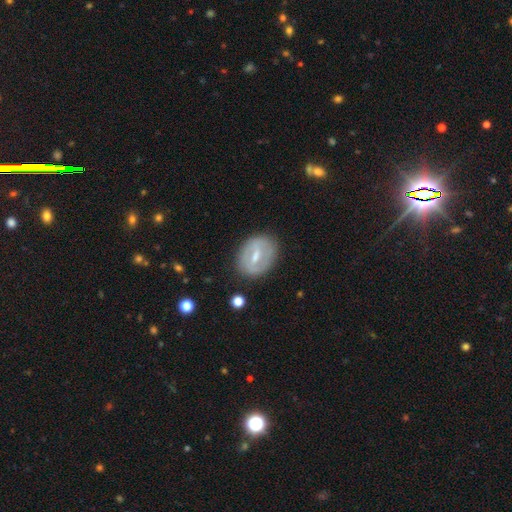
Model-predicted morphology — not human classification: smooth-or-featured: featured or disk: 61% | smooth: 33% | star or artifact: 7%
  disk-edge-on: no: 94% | yes: 6%
    bar: strong: 45% | weak: 42% | no: 13%
    has-spiral-arms: no: 64% | yes: 36%
    bulge-size: moderate: 49% | small: 42% | none: 5% | large: 3% | dominant: 1%
  merging: none: 81% | minor disturbance: 13% | major disturbance: 5% | merger: 1%